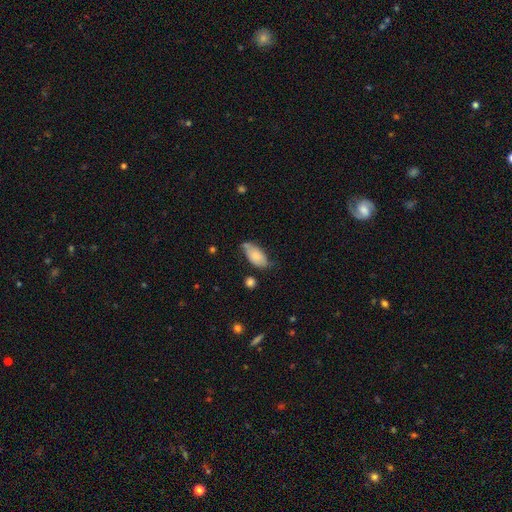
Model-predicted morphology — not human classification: Smooth or featured? smooth (75%)
How rounded? in between (92%)
Merging? none (52%)